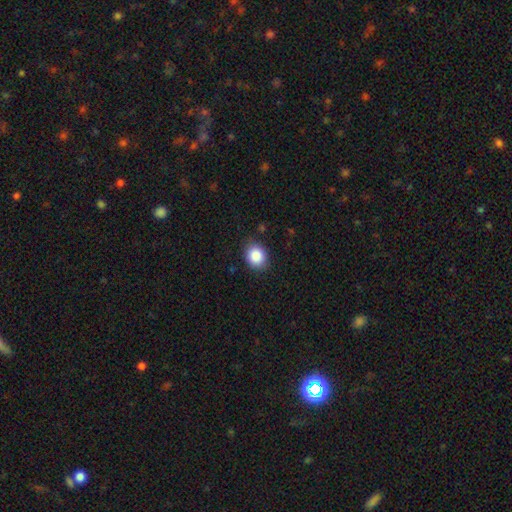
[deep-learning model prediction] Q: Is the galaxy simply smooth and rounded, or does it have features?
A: smooth — 86%.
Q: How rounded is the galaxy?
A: round — 59%.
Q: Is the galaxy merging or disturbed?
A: none — 86%.